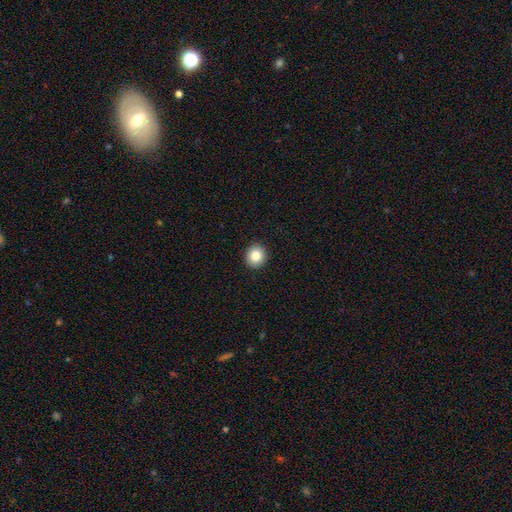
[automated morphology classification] Overall: smooth (84%). How rounded: round (86%). Merging: none (93%).